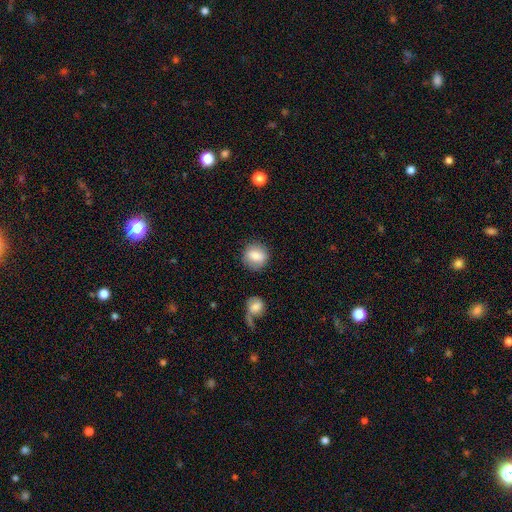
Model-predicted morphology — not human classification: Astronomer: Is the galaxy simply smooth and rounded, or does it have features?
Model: smooth — 81%.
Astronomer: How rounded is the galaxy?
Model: round — 79%.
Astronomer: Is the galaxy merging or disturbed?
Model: none — 81%.